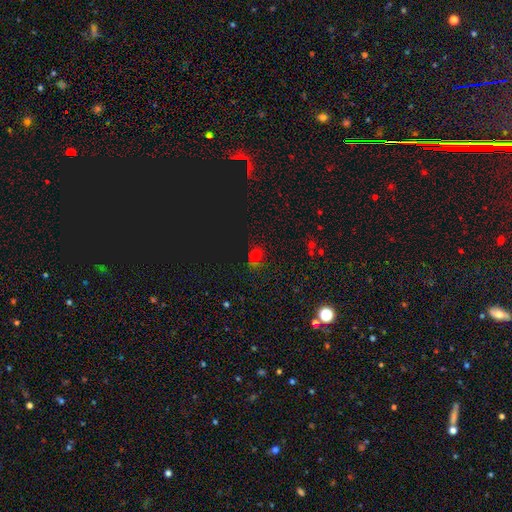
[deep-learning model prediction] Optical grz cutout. It shows a smooth galaxy with no disk features (48%). Merging: none (66%).